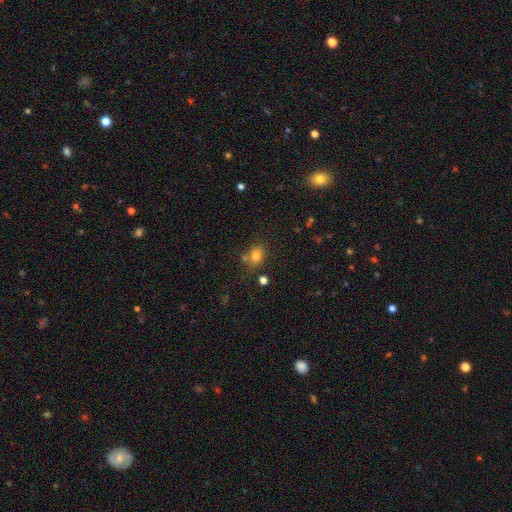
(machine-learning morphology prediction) Overall: smooth (78%). How rounded: in between (60%; round 38%). Merging: none (68%).